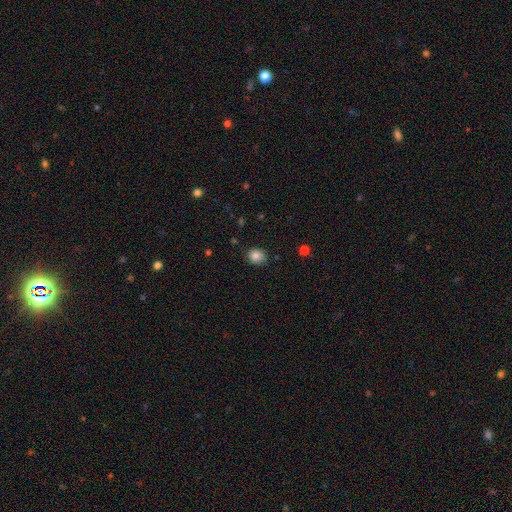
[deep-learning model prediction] The model was most divided on "how rounded": round: 71%, in between: 28%, cigar-shaped: 1%. More confident: smooth or featured — smooth (83%); merging — none (83%).